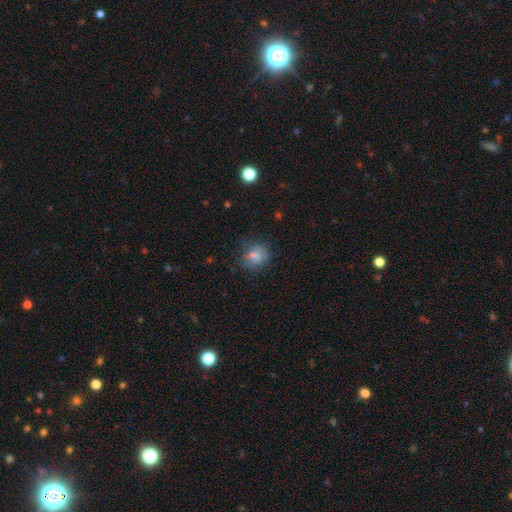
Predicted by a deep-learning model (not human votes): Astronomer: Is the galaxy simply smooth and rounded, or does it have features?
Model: smooth — 74%.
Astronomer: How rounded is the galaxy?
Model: round — 64%.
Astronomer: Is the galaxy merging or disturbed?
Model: none — 62%.